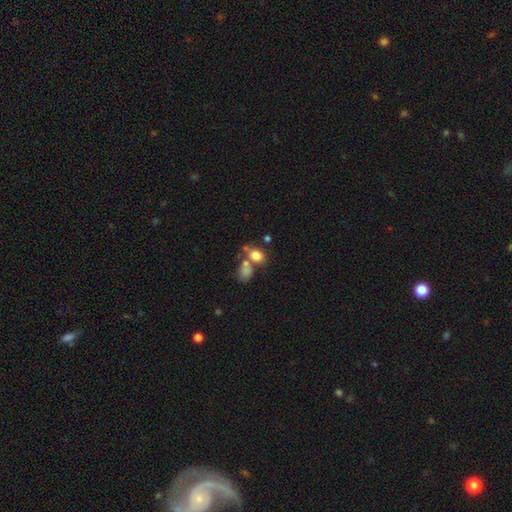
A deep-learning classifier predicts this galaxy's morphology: Smooth or featured? smooth (77%)
How rounded? in between (58%)
Merging? merger (40%, tied with none)